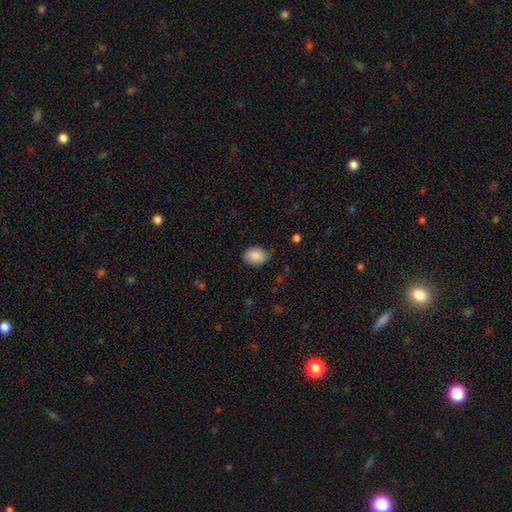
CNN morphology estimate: smooth_or_featured: smooth (p=0.88) [alt: star or artifact p=0.07]
how_rounded: in between (p=0.76) [alt: round p=0.23]
merging: none (p=0.71) [alt: minor disturbance p=0.24]